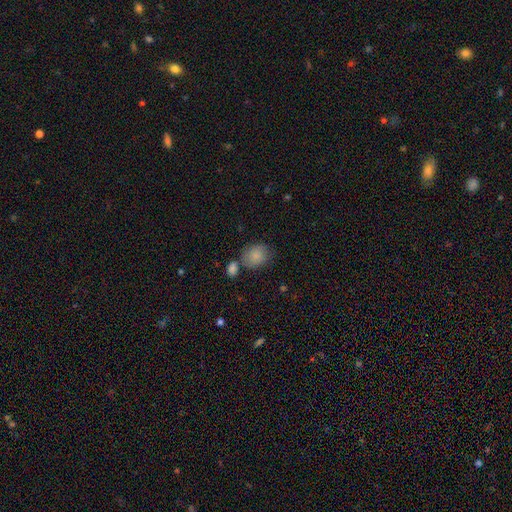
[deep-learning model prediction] The model was most divided on "how rounded": in between: 50%, round: 49%, cigar-shaped: 1%. More confident: smooth or featured — smooth (85%); merging — none (60%).